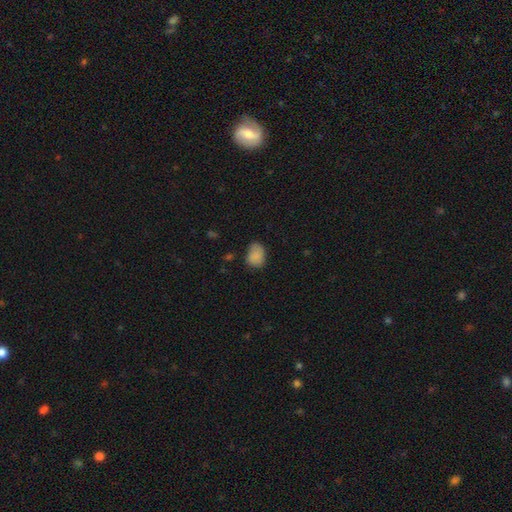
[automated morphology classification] The model was most divided on "how rounded": in between: 66%, round: 33%, cigar-shaped: 1%. More confident: smooth or featured — smooth (85%); merging — none (63%).